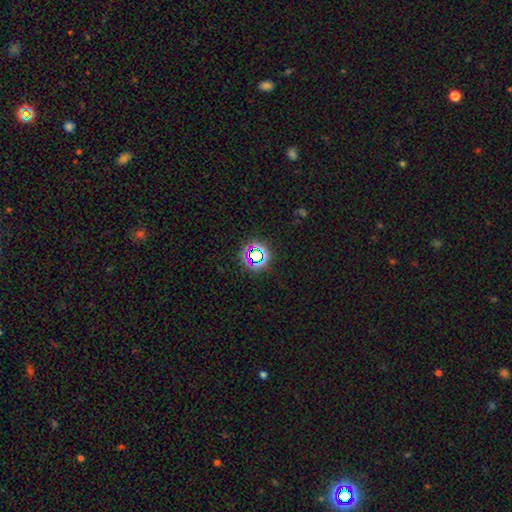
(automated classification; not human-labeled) Smooth or featured?
  - star or artifact: 63% *
  - smooth: 26%
  - featured or disk: 11%